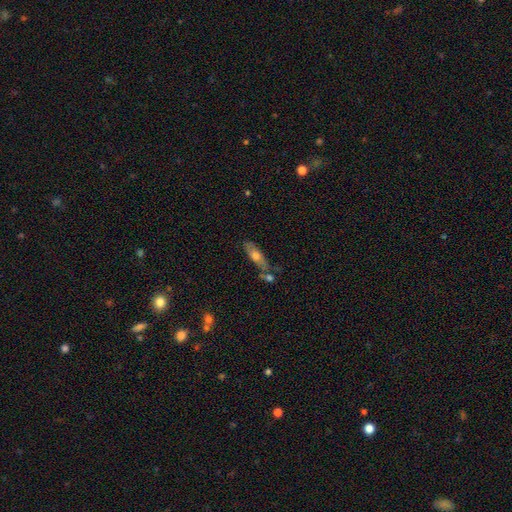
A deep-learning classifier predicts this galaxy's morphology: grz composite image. It shows a smooth galaxy with no disk features (56%) that is in between round and cigar-shaped (51%). Merging: none (58%).